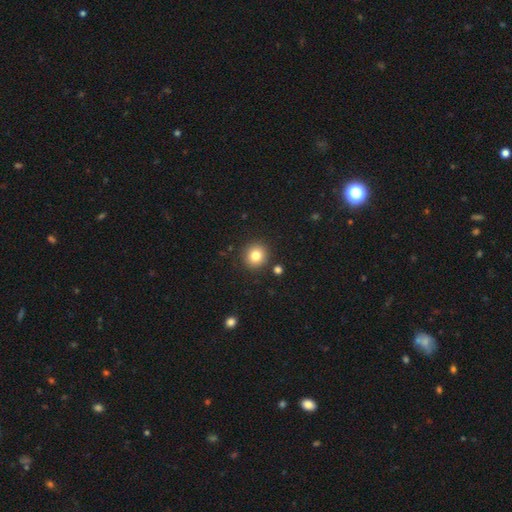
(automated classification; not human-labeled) Smooth or featured? Predicted: smooth (p=0.82). How rounded? Predicted: round (p=0.90). Merging? Predicted: none (p=0.89).